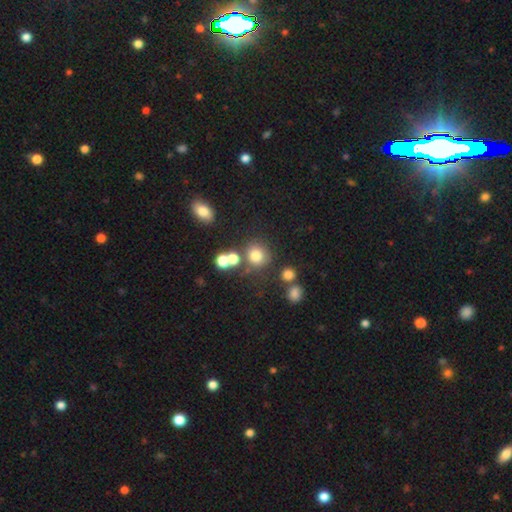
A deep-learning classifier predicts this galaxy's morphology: This appears to be a smooth galaxy with no disk features (75%) that is round (87%). Merging: none (68%).